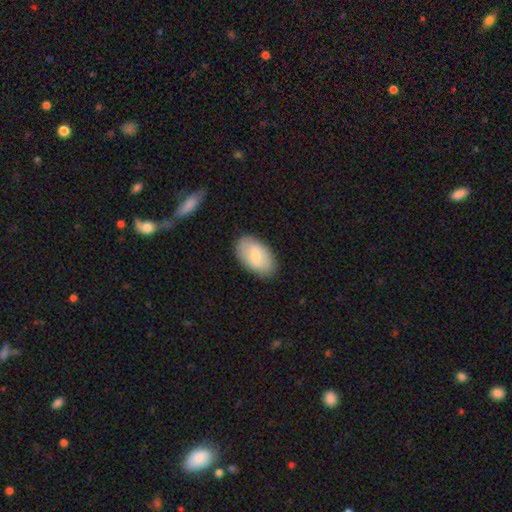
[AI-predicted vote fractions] A smooth galaxy with no disk features (71%) that is in between round and cigar-shaped (94%). Merging: none (84%).